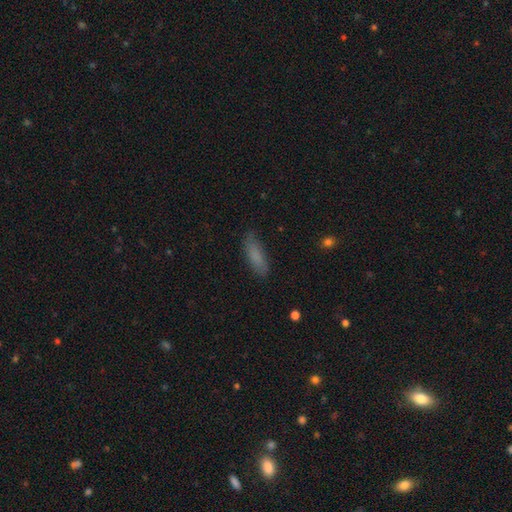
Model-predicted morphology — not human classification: A smooth galaxy with no disk features (81%) that is in between round and cigar-shaped (50%).

Vote fractions:
- Smooth or featured? smooth: 81% / featured or disk: 11% / star or artifact: 8%
- How rounded? in between: 50% / cigar-shaped: 48% / round: 2%
- Merging? none: 80% / minor disturbance: 15% / major disturbance: 4% / merger: 1%